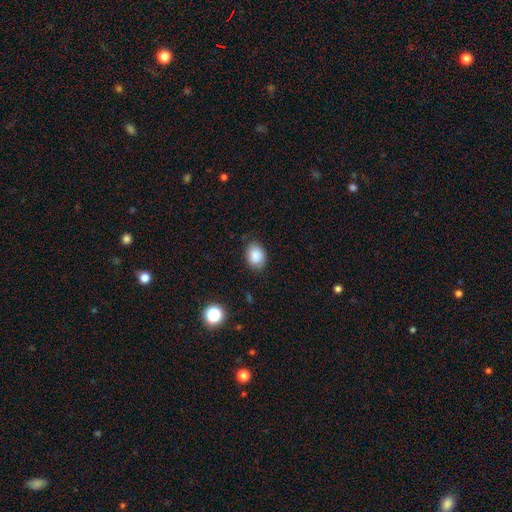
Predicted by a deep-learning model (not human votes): Smooth or featured?
  - smooth: 86% *
  - star or artifact: 9%
  - featured or disk: 6%
How rounded?
  - in between: 71% *
  - round: 28%
  - cigar-shaped: 1%
Merging?
  - none: 78% *
  - minor disturbance: 17%
  - major disturbance: 3%
  - merger: 1%